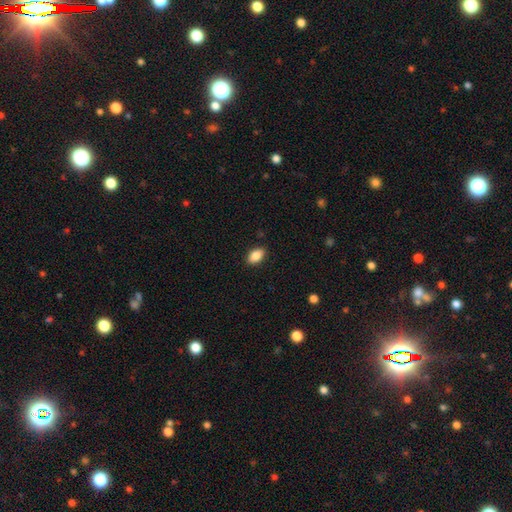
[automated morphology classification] A smooth galaxy with no disk features (86%) that is in between round and cigar-shaped (91%).

Vote fractions:
- Smooth or featured? smooth: 86% / star or artifact: 8% / featured or disk: 6%
- How rounded? in between: 91% / round: 6% / cigar-shaped: 3%
- Merging? none: 88% / minor disturbance: 9% / major disturbance: 2% / merger: 1%